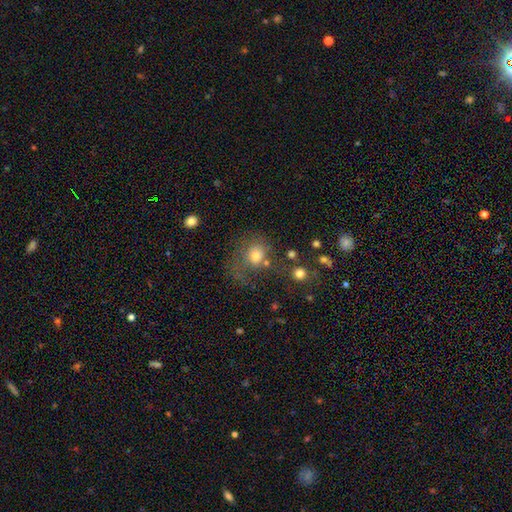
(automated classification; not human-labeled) Morphology: type=smooth (69%); roundness=round (68%); merging=none (42%).